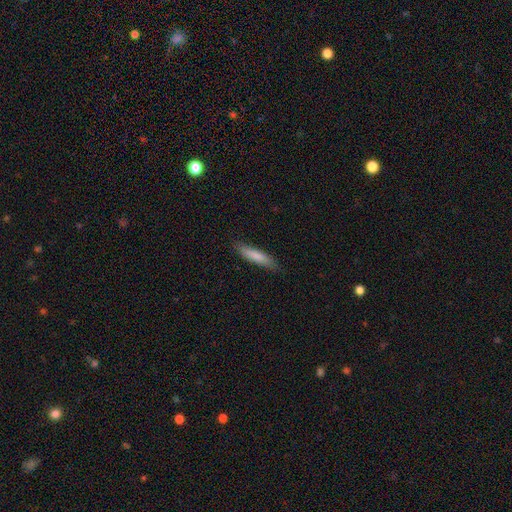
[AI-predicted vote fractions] Q: Smooth or featured?
A: smooth (82%); runner-up: featured or disk (13%)
Q: How rounded?
A: cigar-shaped (83%); runner-up: in between (15%)
Q: Merging?
A: none (85%); runner-up: minor disturbance (12%)